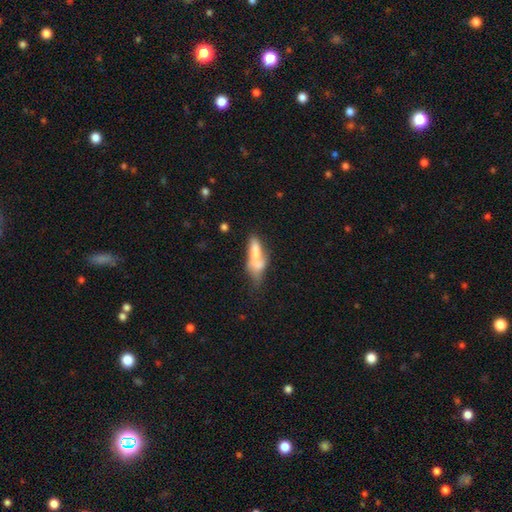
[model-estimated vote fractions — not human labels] Smooth or featured: smooth — 60% (featured or disk — 31%)
How rounded: in between — 57% (cigar-shaped — 40%)
Merging: merger — 39% (none — 23%)